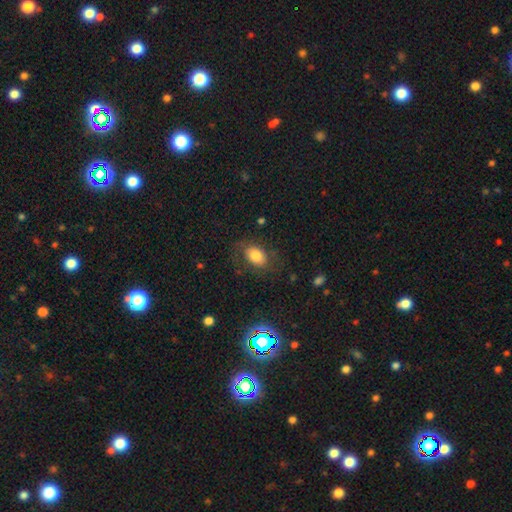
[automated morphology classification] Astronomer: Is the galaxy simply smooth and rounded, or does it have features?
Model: smooth — 71%.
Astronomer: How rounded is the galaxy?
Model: in between — 79%.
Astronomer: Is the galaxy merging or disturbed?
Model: none — 69%.